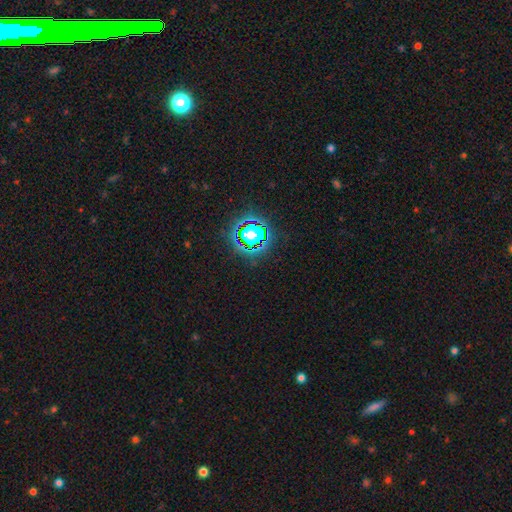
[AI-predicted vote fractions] Smooth or featured? star or artifact (81%)